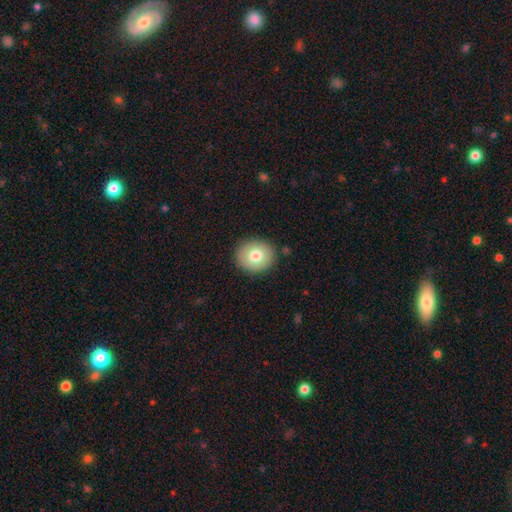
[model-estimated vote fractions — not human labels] A smooth galaxy with no disk features (75%) that is round (76%).

Vote fractions:
- Smooth or featured? smooth: 75% / featured or disk: 16% / star or artifact: 9%
- How rounded? round: 76% / in between: 23% / cigar-shaped: 1%
- Merging? none: 88% / minor disturbance: 8% / major disturbance: 2% / merger: 1%